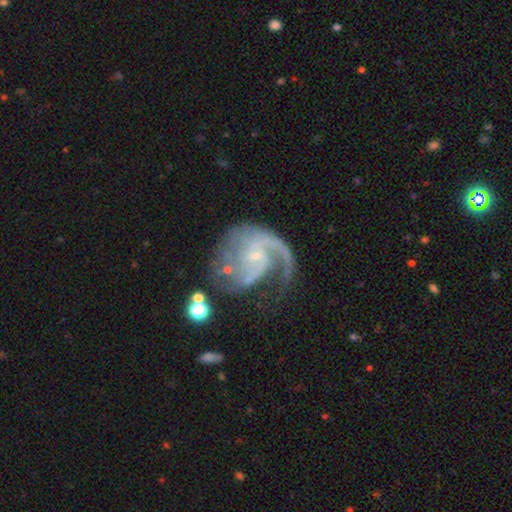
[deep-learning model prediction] Smooth or featured? Predicted: featured or disk (p=0.88). Edge-on disk? Predicted: no (p=0.98). Bar? Predicted: no (p=0.56). Spiral arms? Predicted: yes (p=0.96). Spiral winding? Predicted: medium (p=0.47). Spiral arm count? Predicted: 1 (p=0.42). Bulge size? Predicted: small (p=0.78). Merging? Predicted: none (p=0.41).